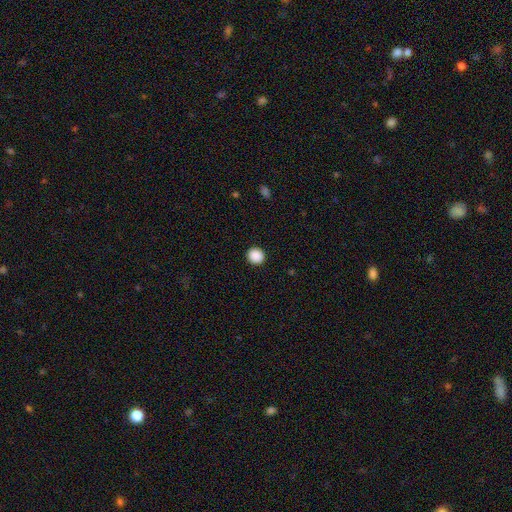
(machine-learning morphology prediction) smooth 89%, star or artifact 9%, featured or disk 2%. Down the decision tree: how rounded — round (89%); merging — none (93%).